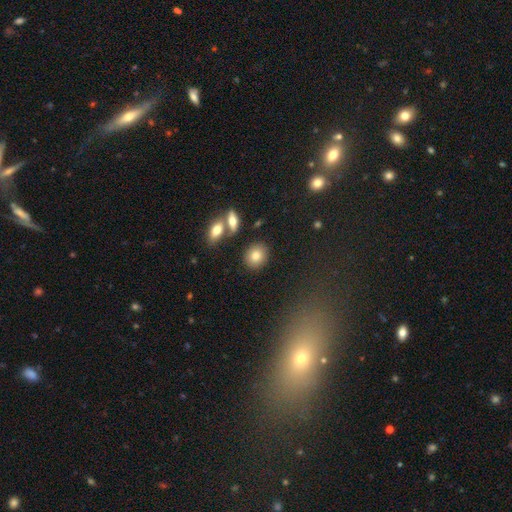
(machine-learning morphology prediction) Overall: smooth (80%). How rounded: round (69%; in between 30%). Merging: none (84%).